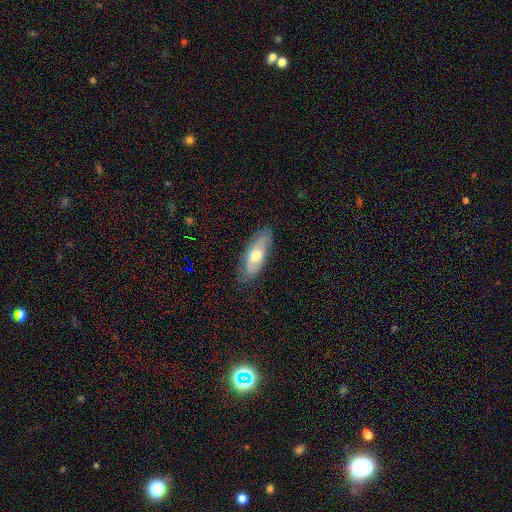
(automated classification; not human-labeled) A smooth galaxy with no disk features (51%) that is in between round and cigar-shaped (74%). Merging: none (79%).